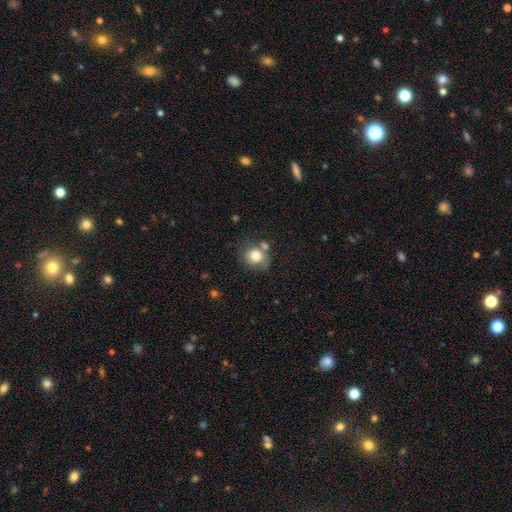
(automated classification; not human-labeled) Smooth or featured? Predicted: smooth (p=0.77). How rounded? Predicted: round (p=0.74). Merging? Predicted: none (p=0.53).